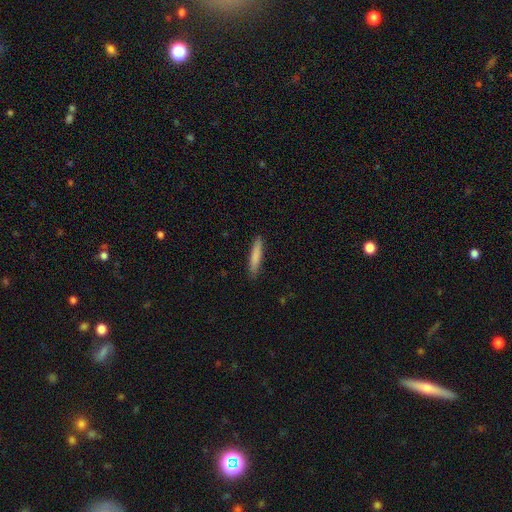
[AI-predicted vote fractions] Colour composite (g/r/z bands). It shows a smooth galaxy with no disk features (82%) that is cigar-shaped (91%). Merging: none (89%).